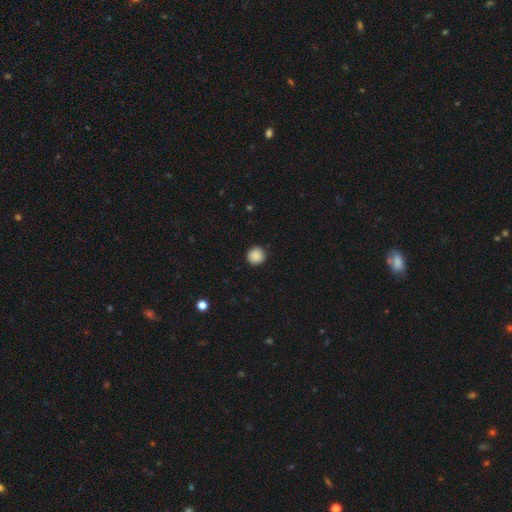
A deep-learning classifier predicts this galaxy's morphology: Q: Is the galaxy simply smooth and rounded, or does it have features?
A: smooth — 88%.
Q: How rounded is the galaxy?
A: round — 95%.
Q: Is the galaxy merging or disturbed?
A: none — 91%.